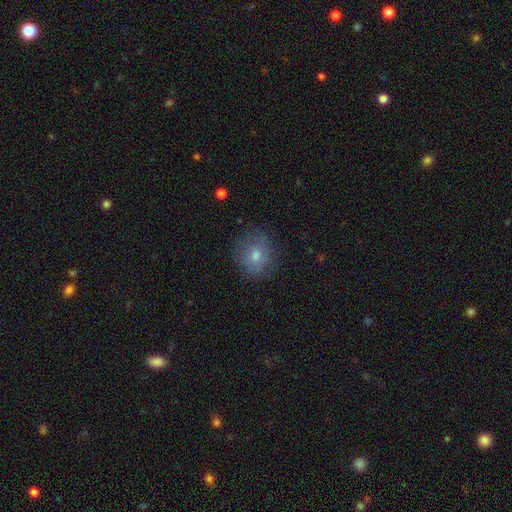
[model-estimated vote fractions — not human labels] The model was most divided on "smooth or featured": smooth: 68%, featured or disk: 18%, star or artifact: 14%. More confident: merging — none (80%); how rounded — round (78%).